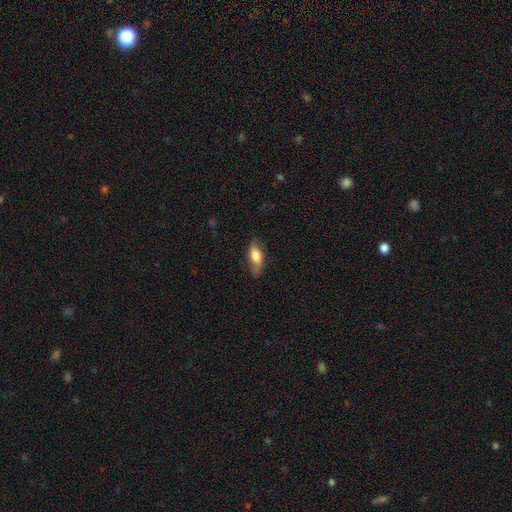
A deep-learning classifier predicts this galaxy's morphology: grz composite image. It shows a smooth galaxy with no disk features (70%) that is in between round and cigar-shaped (76%). Merging: none (65%).